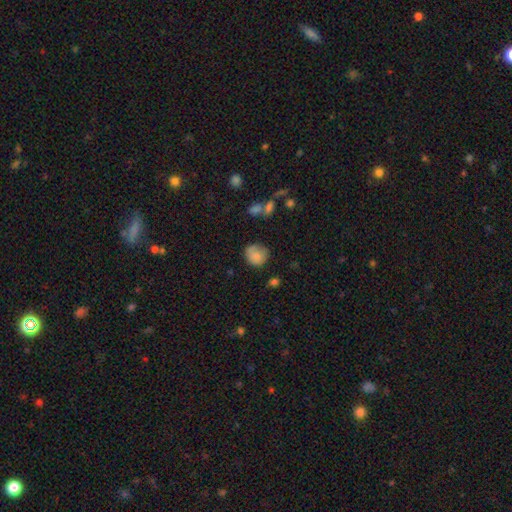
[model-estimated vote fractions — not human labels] smooth-or-featured: smooth: 82% | featured or disk: 9% | star or artifact: 9%
  how-rounded: round: 79% | in between: 20% | cigar-shaped: 1%
  merging: none: 63% | minor disturbance: 26% | major disturbance: 7% | merger: 4%